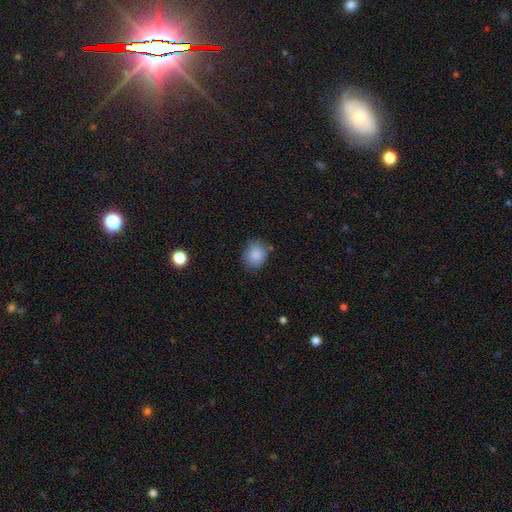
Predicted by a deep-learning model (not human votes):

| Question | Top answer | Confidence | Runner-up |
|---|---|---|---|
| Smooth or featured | smooth | 87% | star or artifact (8%) |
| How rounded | round | 61% | in between (38%) |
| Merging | none | 79% | minor disturbance (15%) |